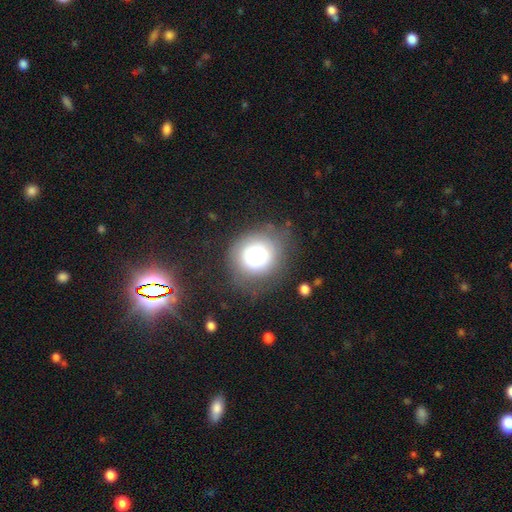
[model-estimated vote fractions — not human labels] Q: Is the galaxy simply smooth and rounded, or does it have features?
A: smooth — 72%.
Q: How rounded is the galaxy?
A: round — 87%.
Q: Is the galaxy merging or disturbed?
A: none — 70%.